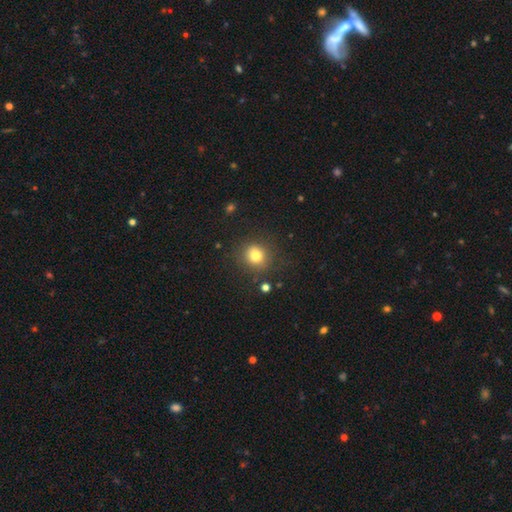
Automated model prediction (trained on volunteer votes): Smooth or featured?
  - smooth: 79% *
  - star or artifact: 13%
  - featured or disk: 8%
How rounded?
  - round: 82% *
  - in between: 17%
  - cigar-shaped: 1%
Merging?
  - none: 82% *
  - minor disturbance: 11%
  - major disturbance: 4%
  - merger: 3%